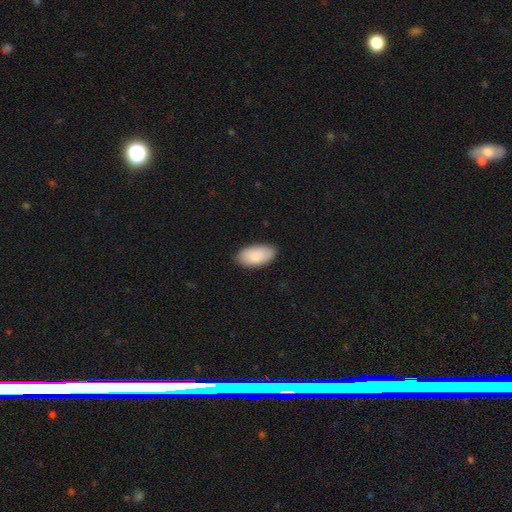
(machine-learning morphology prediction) smooth-or-featured: smooth: 89% | featured or disk: 6% | star or artifact: 5%
  how-rounded: in between: 95% | cigar-shaped: 2% | round: 2%
  merging: none: 86% | minor disturbance: 11% | major disturbance: 2% | merger: 1%